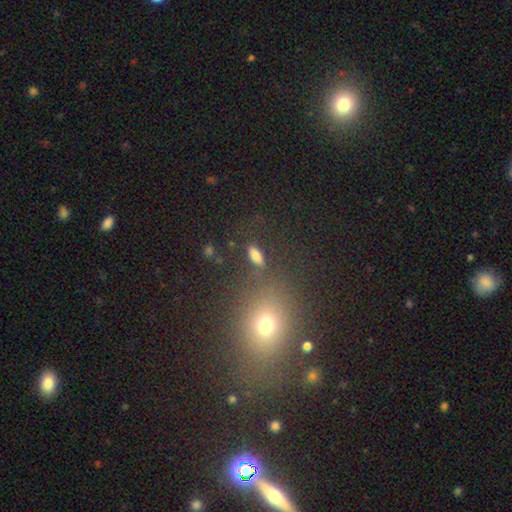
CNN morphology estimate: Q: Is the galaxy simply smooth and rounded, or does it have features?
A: smooth — 79%.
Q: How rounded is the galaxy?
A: in between — 76%.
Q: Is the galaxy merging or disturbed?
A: none — 79%.